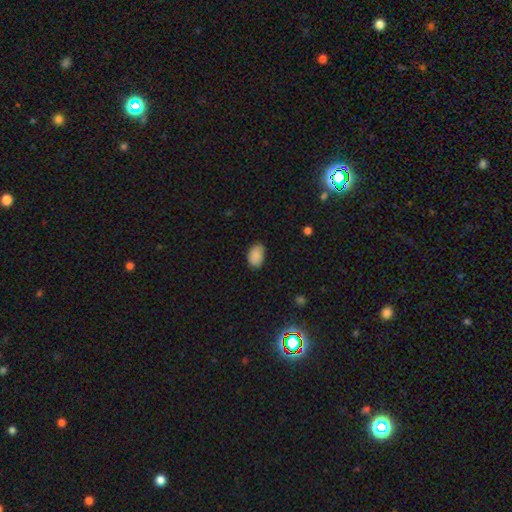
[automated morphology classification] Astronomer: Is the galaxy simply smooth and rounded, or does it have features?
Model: smooth — 88%.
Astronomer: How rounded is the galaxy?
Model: in between — 88%.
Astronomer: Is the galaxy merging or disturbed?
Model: none — 76%.